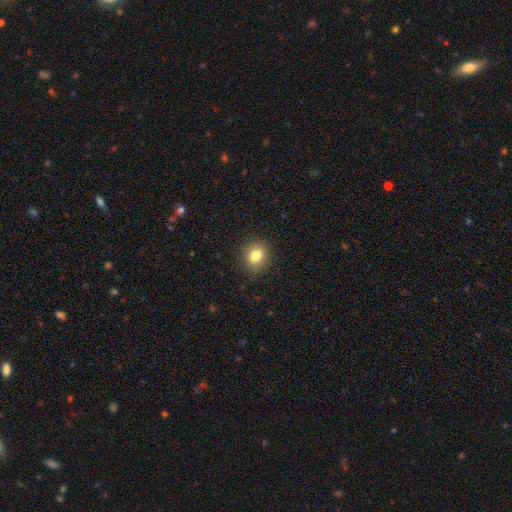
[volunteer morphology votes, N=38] This is clearly a smooth galaxy (89%). How rounded: clearly round (85%). Merging: clearly none (95%).